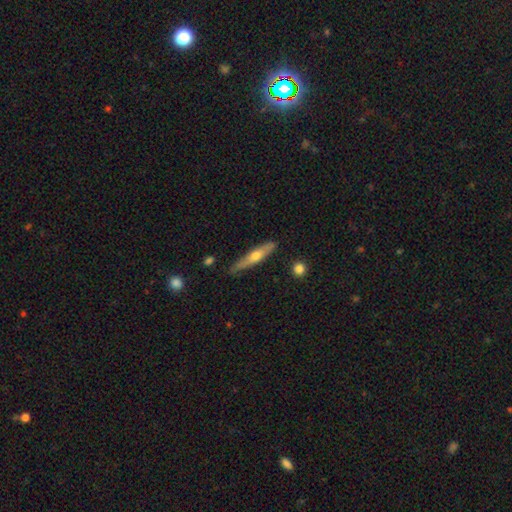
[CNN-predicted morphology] A featured or disk galaxy (53%) viewed edge-on (91%). Merging: none (81%).